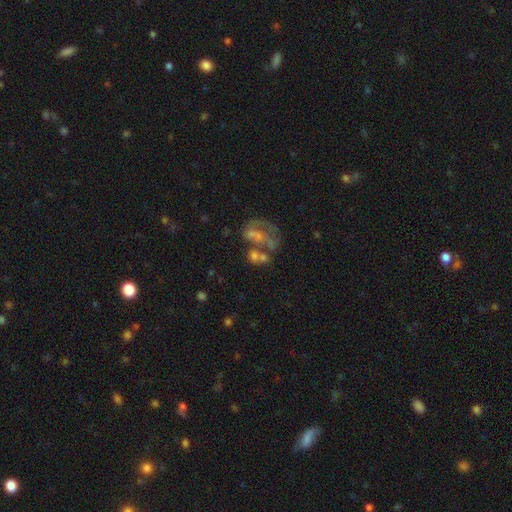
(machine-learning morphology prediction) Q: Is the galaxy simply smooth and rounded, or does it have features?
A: featured or disk — 53%.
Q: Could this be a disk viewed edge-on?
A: no — 98%.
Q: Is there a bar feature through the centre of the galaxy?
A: no — 81%.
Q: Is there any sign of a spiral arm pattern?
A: no — 76%.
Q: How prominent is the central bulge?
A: none — 58%.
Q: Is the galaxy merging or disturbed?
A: major disturbance — 32%.